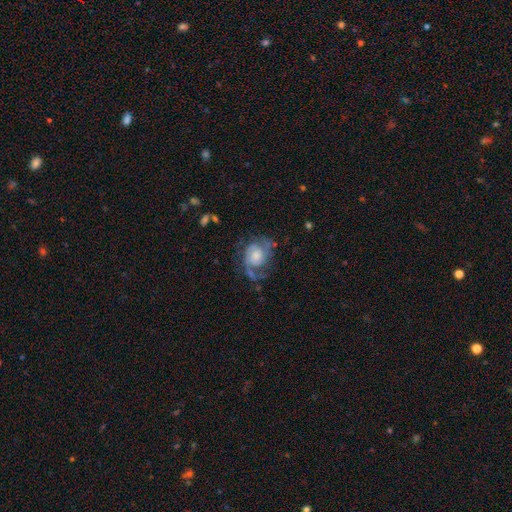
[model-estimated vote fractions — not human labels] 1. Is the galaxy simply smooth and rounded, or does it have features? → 78% featured or disk, 16% smooth, 7% star or artifact.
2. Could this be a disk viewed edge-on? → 98% no, 2% yes.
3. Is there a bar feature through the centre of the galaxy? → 69% no, 27% weak, 4% strong.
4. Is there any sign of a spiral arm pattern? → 92% yes, 8% no.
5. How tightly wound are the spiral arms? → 44% medium, 34% tight, 22% loose.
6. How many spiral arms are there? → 62% 2, 14% 1, 13% can't tell, 6% 3, 2% 4, 2% more than 4.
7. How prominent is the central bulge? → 38% moderate, 27% small, 22% large, 10% none, 3% dominant.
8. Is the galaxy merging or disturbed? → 53% none, 23% major disturbance, 22% minor disturbance, 2% merger.